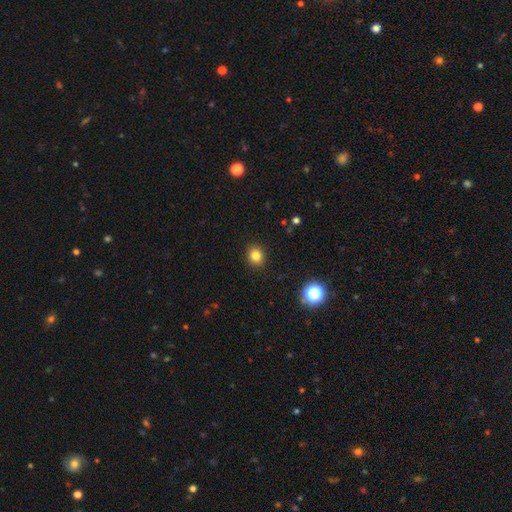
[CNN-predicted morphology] This appears to be a smooth galaxy with no disk features (82%) that is round (81%). Merging: none (91%).